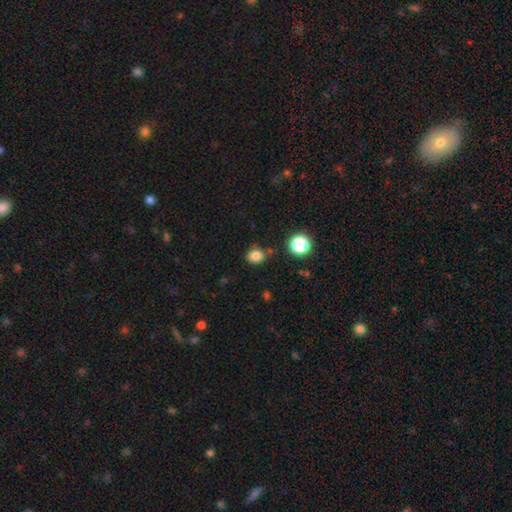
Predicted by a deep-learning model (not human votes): The model was most divided on "how rounded": round: 71%, in between: 28%, cigar-shaped: 1%. More confident: smooth or featured — smooth (82%); merging — none (78%).